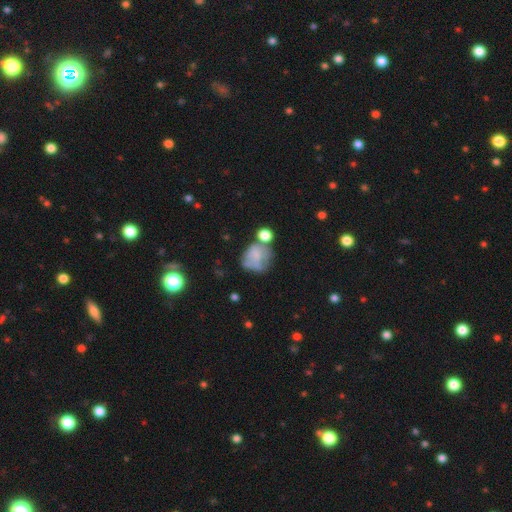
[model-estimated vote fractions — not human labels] This is possibly a smooth galaxy (57%). How rounded: likely round (65%). Merging: marginally none (34%).